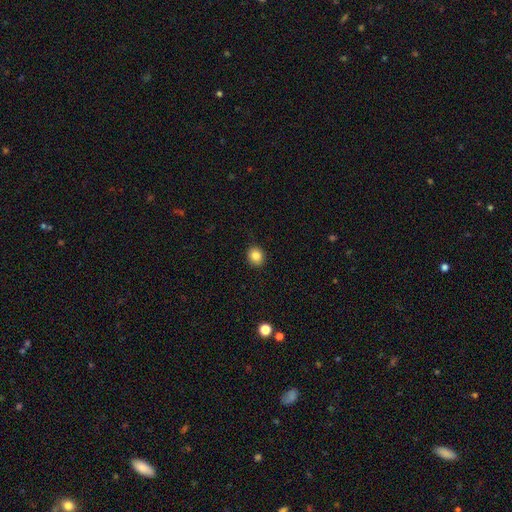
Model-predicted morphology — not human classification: Smooth or featured? Predicted: smooth (p=0.85). How rounded? Predicted: round (p=0.72). Merging? Predicted: none (p=0.90).